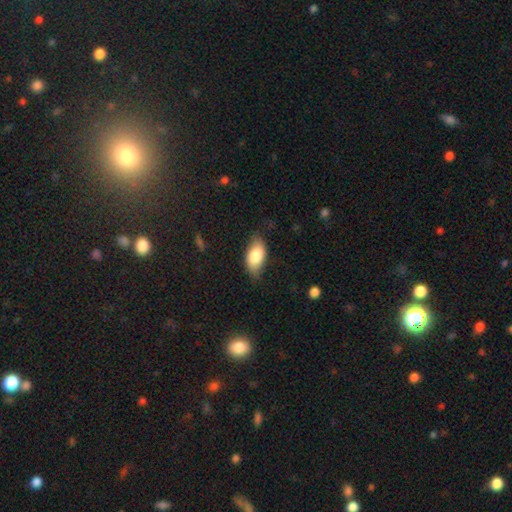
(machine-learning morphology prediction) smooth_or_featured: smooth (p=0.81) [alt: featured or disk p=0.13]
how_rounded: in between (p=0.93) [alt: cigar-shaped p=0.04]
merging: none (p=0.75) [alt: minor disturbance p=0.20]